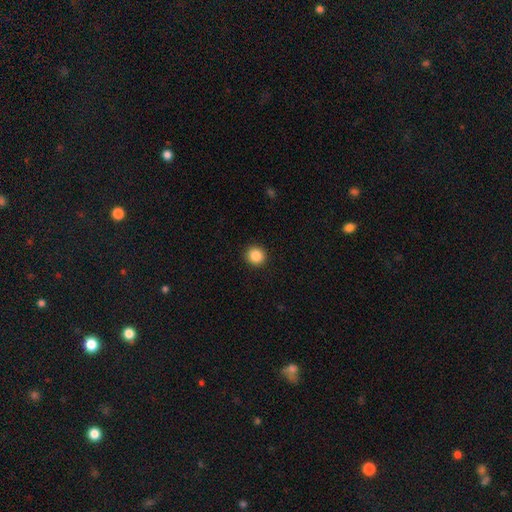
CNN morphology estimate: smooth_or_featured: smooth (p=0.87) [alt: star or artifact p=0.10]
how_rounded: round (p=0.91) [alt: in between p=0.08]
merging: none (p=0.93) [alt: minor disturbance p=0.05]